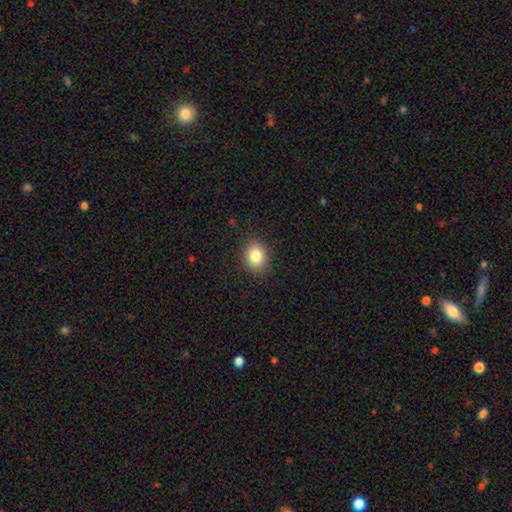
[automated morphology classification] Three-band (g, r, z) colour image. It shows a smooth galaxy with no disk features (83%) that is round (52%). Merging: none (88%).